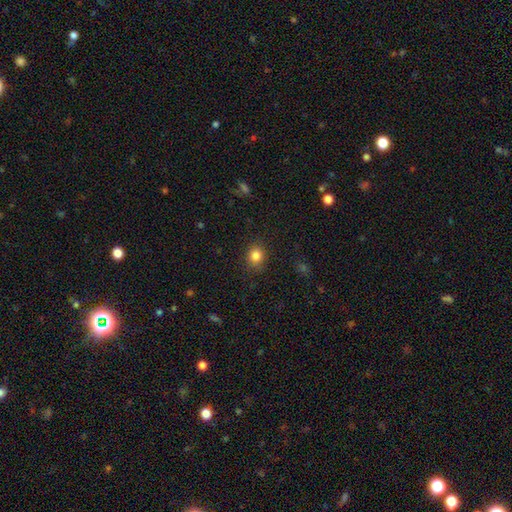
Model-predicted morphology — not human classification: This is clearly a smooth galaxy (84%). How rounded: likely round (73%). Merging: clearly none (86%).